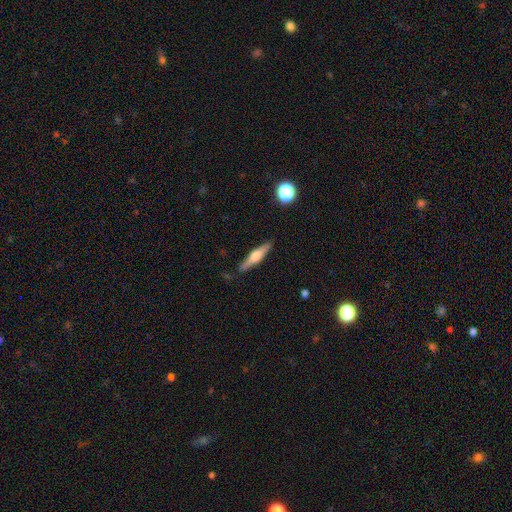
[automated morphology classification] Smooth or featured? Predicted: featured or disk (p=0.61). Edge-on disk? Predicted: yes (p=0.97). Edge-on bulge? Predicted: rounded (p=0.88). Merging? Predicted: none (p=0.88).